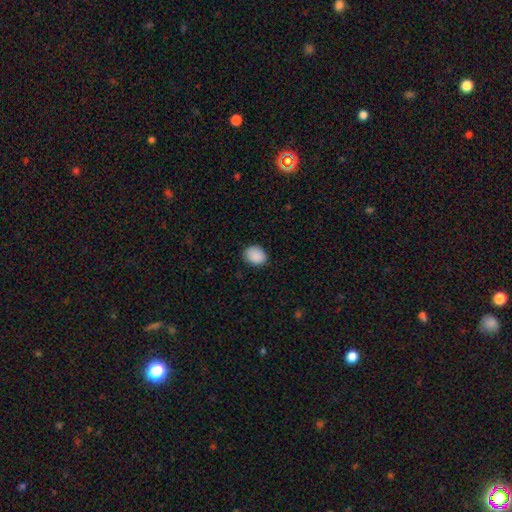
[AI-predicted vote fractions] Q: Smooth or featured?
A: smooth (90%); runner-up: star or artifact (8%)
Q: How rounded?
A: in between (51%); runner-up: round (48%)
Q: Merging?
A: none (83%); runner-up: minor disturbance (13%)